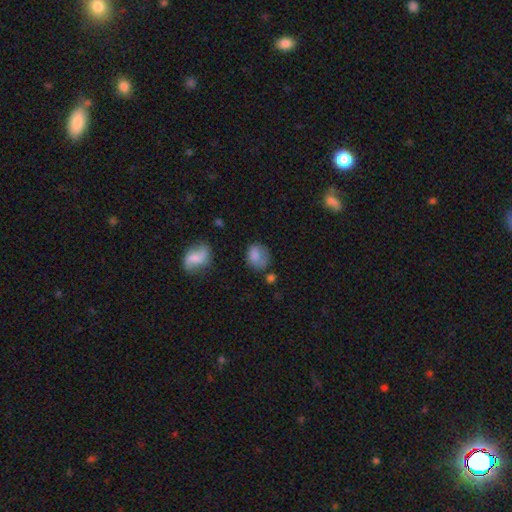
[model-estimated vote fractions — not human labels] Overall: smooth (78%). How rounded: in between (55%; round 43%). Merging: none (49%; minor disturbance 30%).